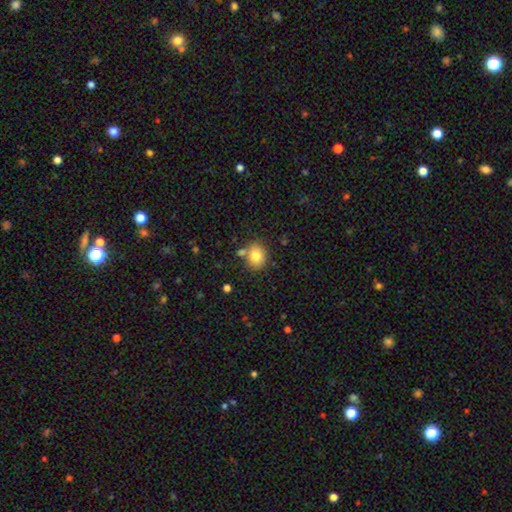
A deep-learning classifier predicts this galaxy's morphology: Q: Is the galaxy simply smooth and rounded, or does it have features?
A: smooth — 80%.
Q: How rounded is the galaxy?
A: round — 67%.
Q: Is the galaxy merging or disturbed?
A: none — 72%.